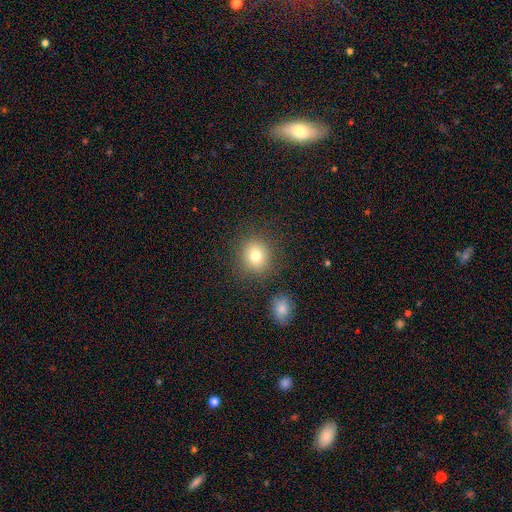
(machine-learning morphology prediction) smooth-or-featured: smooth: 78% | star or artifact: 12% | featured or disk: 9%
  how-rounded: round: 77% | in between: 22% | cigar-shaped: 1%
  merging: none: 82% | minor disturbance: 10% | merger: 4% | major disturbance: 4%